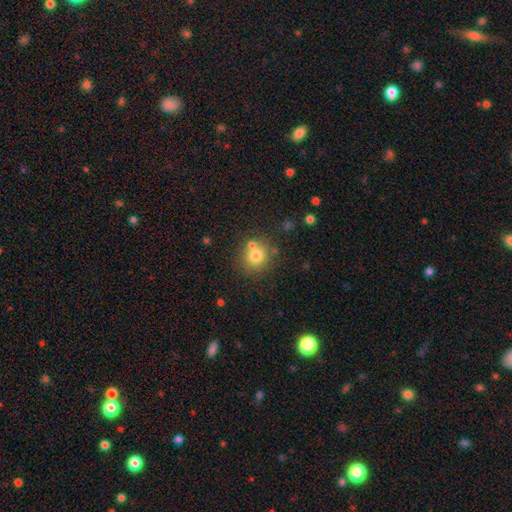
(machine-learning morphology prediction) smooth 76%, star or artifact 12%, featured or disk 12%. Down the decision tree: how rounded — round (86%); merging — none (65%).